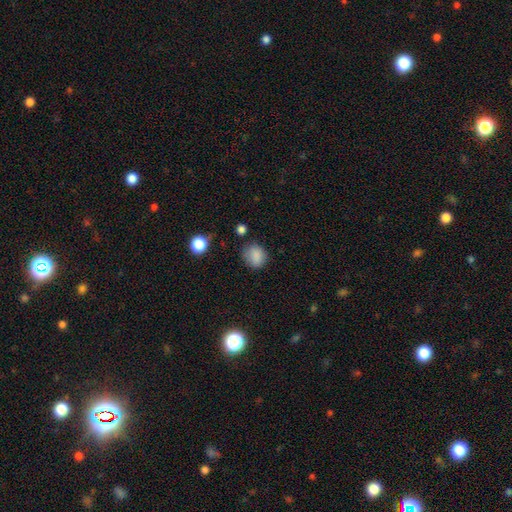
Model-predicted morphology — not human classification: smooth-or-featured: smooth: 84% | star or artifact: 11% | featured or disk: 5%
  how-rounded: round: 67% | in between: 32% | cigar-shaped: 1%
  merging: none: 70% | minor disturbance: 21% | major disturbance: 6% | merger: 3%